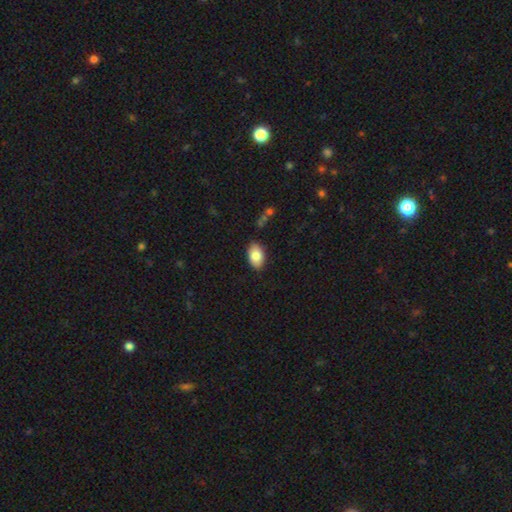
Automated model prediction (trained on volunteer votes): smooth 83%, featured or disk 10%, star or artifact 7%. Down the decision tree: how rounded — in between (91%); merging — none (86%).